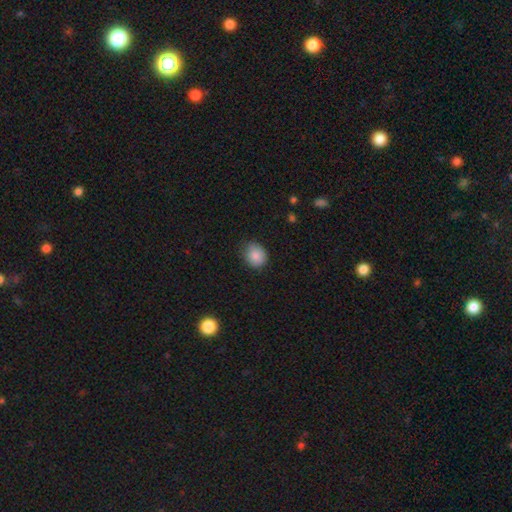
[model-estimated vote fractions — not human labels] This appears to be a smooth galaxy with no disk features (86%) that is round (62%). Merging: none (73%).